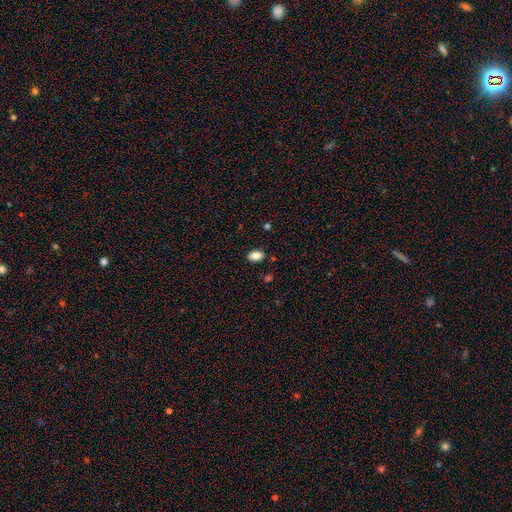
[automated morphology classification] This is clearly a smooth galaxy (86%). How rounded: clearly in between (90%). Merging: clearly none (87%).